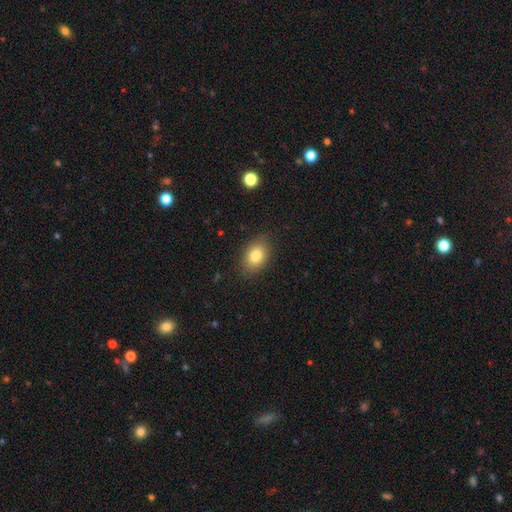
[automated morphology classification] smooth_or_featured: smooth (p=0.82) [alt: featured or disk p=0.09]
how_rounded: in between (p=0.80) [alt: round p=0.19]
merging: none (p=0.85) [alt: minor disturbance p=0.11]